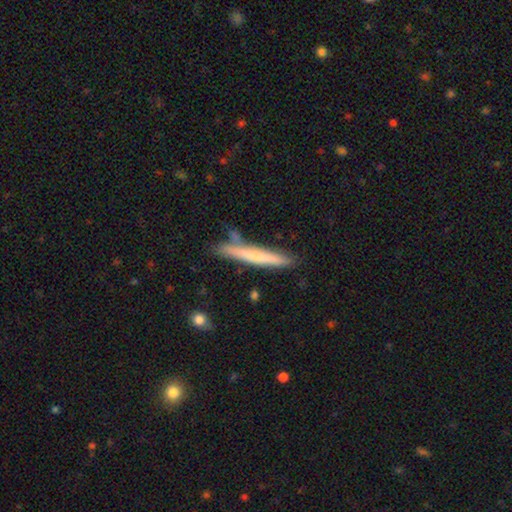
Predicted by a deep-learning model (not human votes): smooth 52%, featured or disk 42%, star or artifact 6%. Down the decision tree: how rounded — cigar-shaped (95%); merging — none (79%).